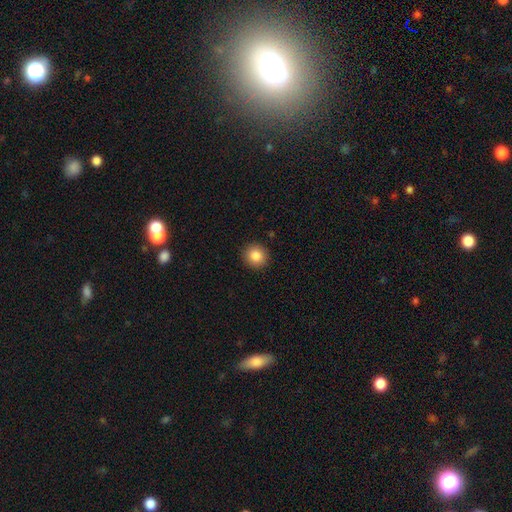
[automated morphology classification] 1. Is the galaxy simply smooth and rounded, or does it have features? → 85% smooth, 10% star or artifact, 5% featured or disk.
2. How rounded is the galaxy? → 92% round, 7% in between, 1% cigar-shaped.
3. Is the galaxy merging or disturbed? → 92% none, 5% minor disturbance, 2% major disturbance, 1% merger.